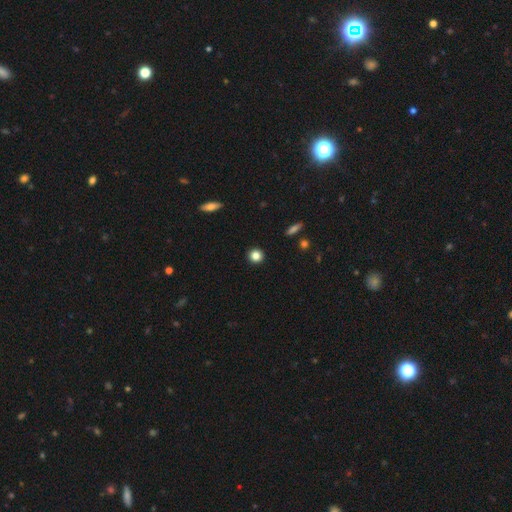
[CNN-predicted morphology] smooth-or-featured: smooth: 84% | star or artifact: 11% | featured or disk: 5%
  how-rounded: round: 92% | in between: 7% | cigar-shaped: 1%
  merging: none: 93% | minor disturbance: 5% | major disturbance: 2% | merger: 1%